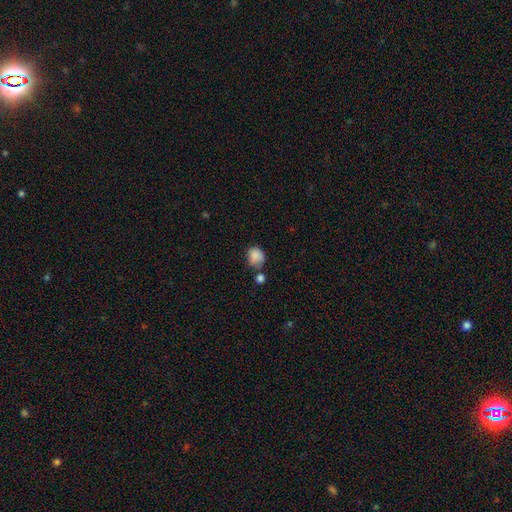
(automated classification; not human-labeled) Morphology: type=smooth (84%); roundness=round (64%); merging=none (51%).